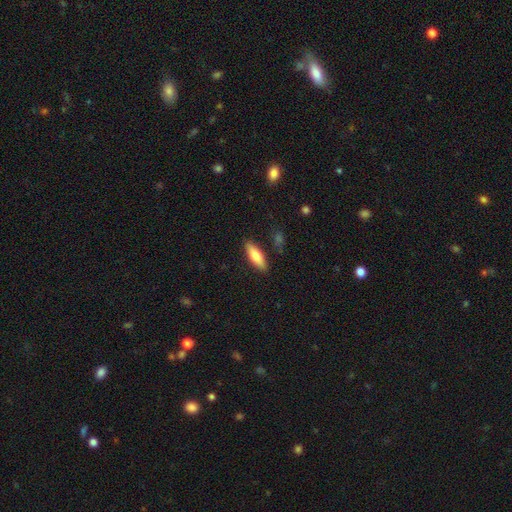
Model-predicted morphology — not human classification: This appears to be a smooth galaxy with no disk features (72%) that is in between round and cigar-shaped (53%). Merging: none (86%).